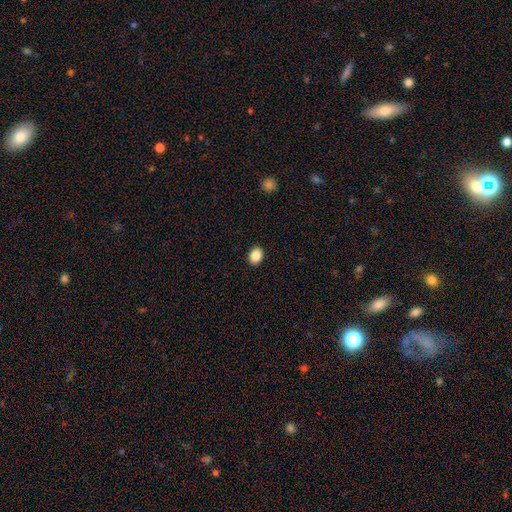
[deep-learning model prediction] A smooth galaxy with no disk features (87%) that is in between round and cigar-shaped (63%).

Vote fractions:
- Smooth or featured? smooth: 87% / star or artifact: 9% / featured or disk: 4%
- How rounded? in between: 63% / round: 36% / cigar-shaped: 1%
- Merging? none: 91% / minor disturbance: 6% / major disturbance: 2% / merger: 1%